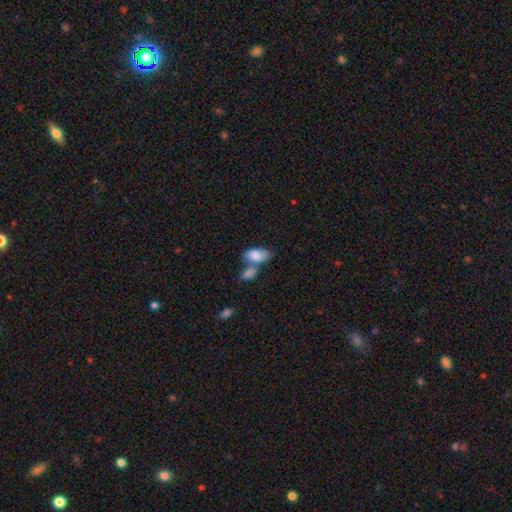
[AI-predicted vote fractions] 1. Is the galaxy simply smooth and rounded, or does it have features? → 78% smooth, 15% featured or disk, 7% star or artifact.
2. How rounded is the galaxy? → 91% in between, 6% round, 3% cigar-shaped.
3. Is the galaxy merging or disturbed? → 50% merger, 31% none, 13% minor disturbance, 6% major disturbance.